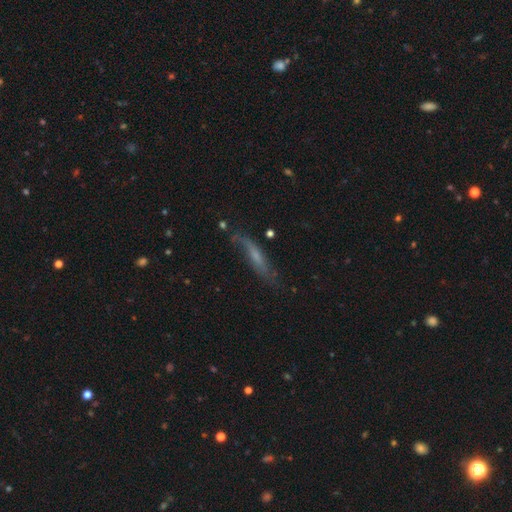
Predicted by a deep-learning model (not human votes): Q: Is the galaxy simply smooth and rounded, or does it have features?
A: featured or disk — 51%.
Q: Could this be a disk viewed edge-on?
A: yes — 52%.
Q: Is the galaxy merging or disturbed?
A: none — 58%.